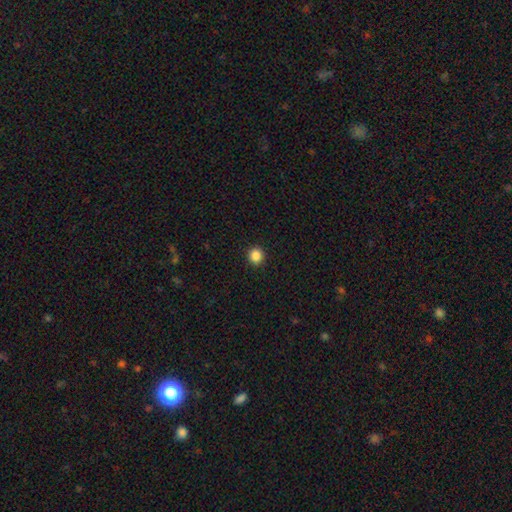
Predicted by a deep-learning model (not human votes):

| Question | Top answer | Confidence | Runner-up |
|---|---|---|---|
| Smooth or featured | smooth | 87% | star or artifact (11%) |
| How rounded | round | 93% | in between (6%) |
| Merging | none | 92% | minor disturbance (5%) |